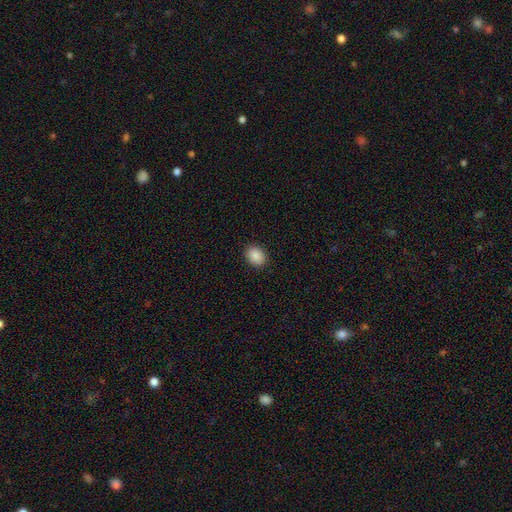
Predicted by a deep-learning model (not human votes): smooth 89%, star or artifact 8%, featured or disk 3%. Down the decision tree: how rounded — in between (56%); merging — none (90%).